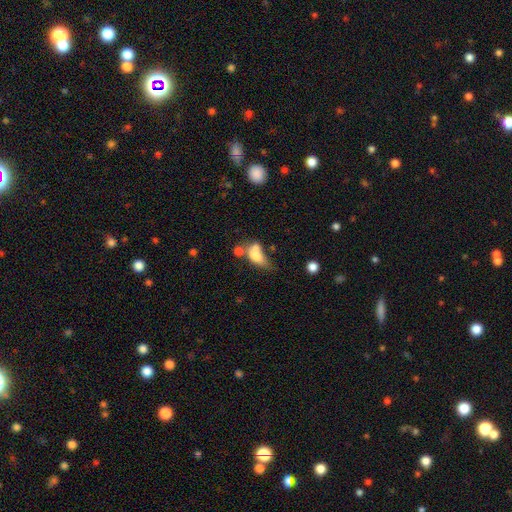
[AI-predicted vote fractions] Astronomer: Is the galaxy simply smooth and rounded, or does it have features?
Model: smooth — 65%.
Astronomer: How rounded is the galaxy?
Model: in between — 77%.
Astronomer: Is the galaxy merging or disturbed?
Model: merger — 48%.